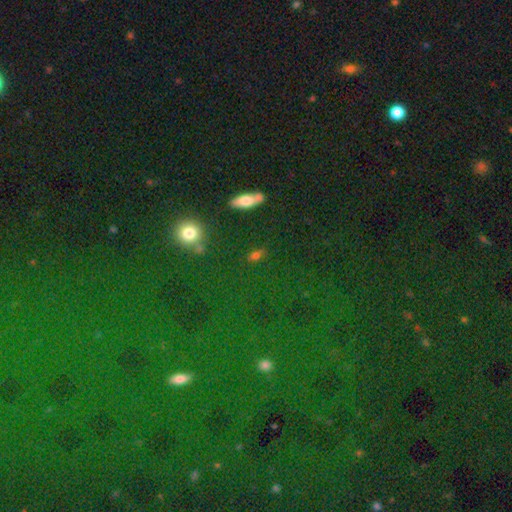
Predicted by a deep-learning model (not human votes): The model was most divided on "how rounded": in between: 44%, round: 36%, cigar-shaped: 21%. More confident: merging — none (84%); smooth or featured — smooth (51%).